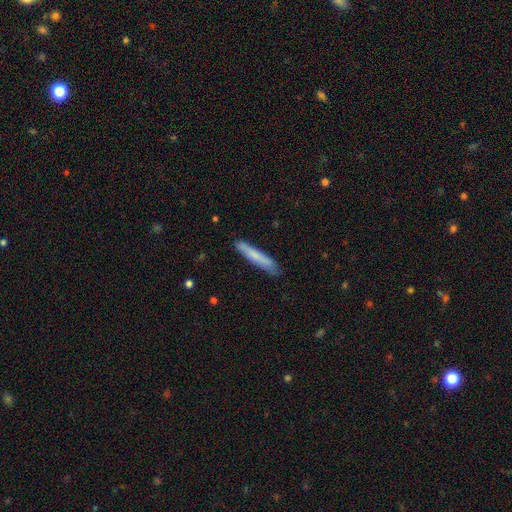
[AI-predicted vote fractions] This is likely a smooth galaxy (69%). How rounded: clearly cigar-shaped (93%). Merging: clearly none (84%).